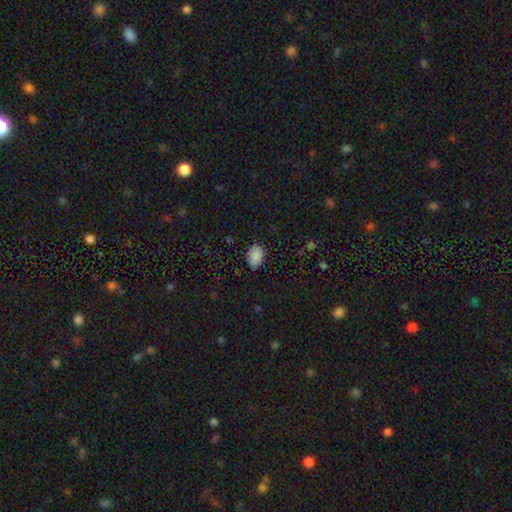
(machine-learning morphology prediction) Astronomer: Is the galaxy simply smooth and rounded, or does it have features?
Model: smooth — 87%.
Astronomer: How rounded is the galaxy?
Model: in between — 77%.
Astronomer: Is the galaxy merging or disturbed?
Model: none — 79%.